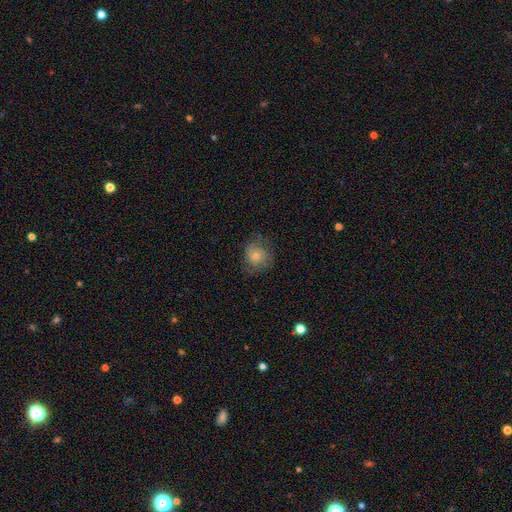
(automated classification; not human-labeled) smooth-or-featured: smooth: 52% | featured or disk: 36% | star or artifact: 12%
  how-rounded: round: 80% | in between: 19% | cigar-shaped: 1%
  merging: none: 69% | minor disturbance: 20% | major disturbance: 10% | merger: 1%